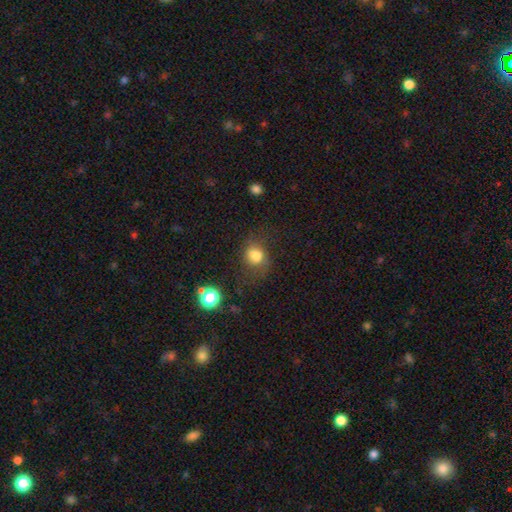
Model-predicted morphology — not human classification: Smooth or featured: smooth — 71% (featured or disk — 15%)
How rounded: round — 62% (in between — 37%)
Merging: none — 49% (minor disturbance — 25%)